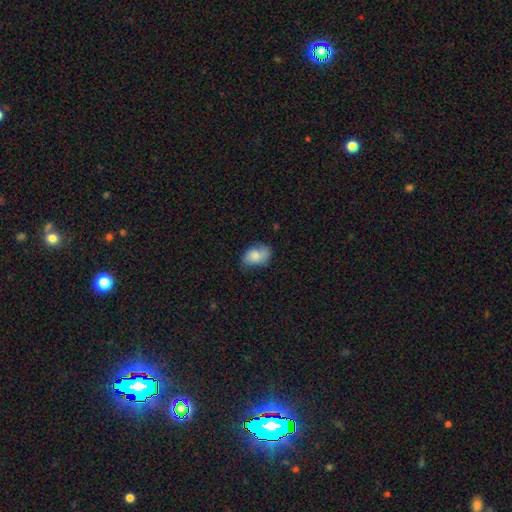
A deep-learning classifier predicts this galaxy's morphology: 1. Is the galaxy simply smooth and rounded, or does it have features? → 81% smooth, 12% featured or disk, 7% star or artifact.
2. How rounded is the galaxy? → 89% in between, 10% round, 1% cigar-shaped.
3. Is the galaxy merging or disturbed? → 60% none, 30% minor disturbance, 7% major disturbance, 2% merger.